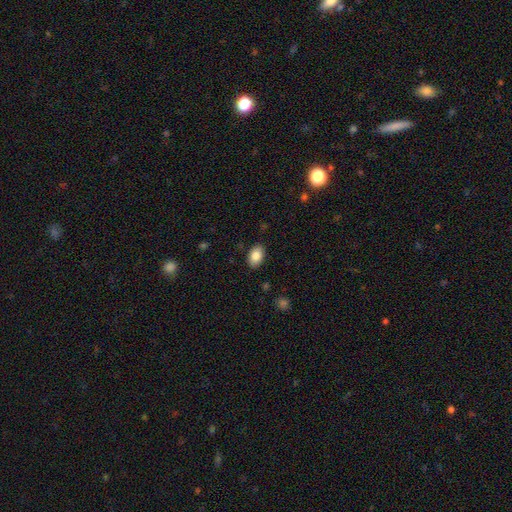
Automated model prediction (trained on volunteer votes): smooth_or_featured: smooth (p=0.85) [alt: featured or disk p=0.08]
how_rounded: in between (p=0.90) [alt: round p=0.09]
merging: none (p=0.88) [alt: minor disturbance p=0.09]